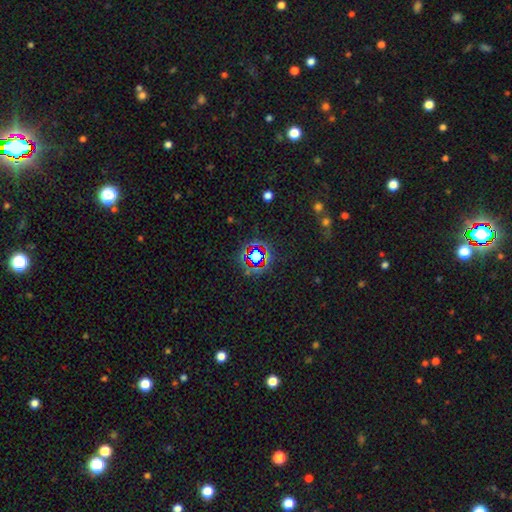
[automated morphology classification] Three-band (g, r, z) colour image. It shows a star or artifact, not a galaxy (69%).